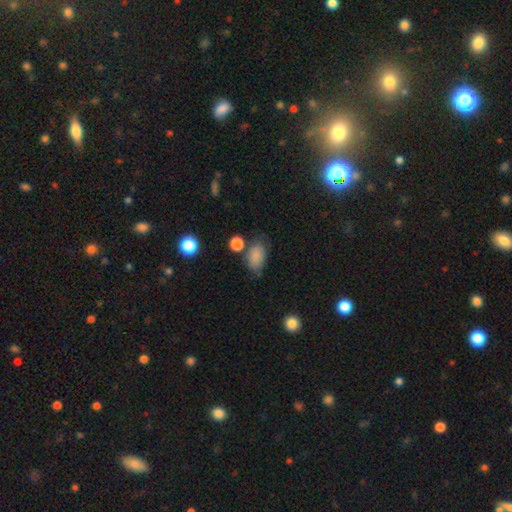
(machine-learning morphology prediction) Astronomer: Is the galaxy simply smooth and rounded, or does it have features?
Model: smooth — 83%.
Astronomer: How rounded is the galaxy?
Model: in between — 86%.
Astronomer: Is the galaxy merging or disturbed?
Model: none — 60%.